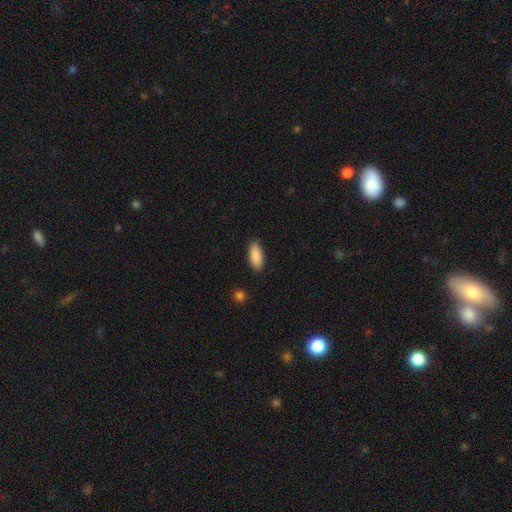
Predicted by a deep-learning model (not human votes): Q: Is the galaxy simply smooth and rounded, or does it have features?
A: smooth — 89%.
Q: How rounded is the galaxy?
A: in between — 83%.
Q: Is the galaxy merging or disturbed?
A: none — 87%.